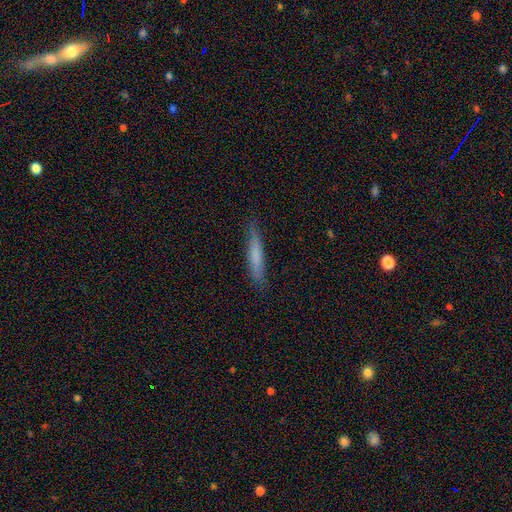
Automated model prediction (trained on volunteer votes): Q: Smooth or featured?
A: smooth (70%); runner-up: featured or disk (23%)
Q: How rounded?
A: cigar-shaped (93%); runner-up: in between (6%)
Q: Merging?
A: none (86%); runner-up: minor disturbance (11%)